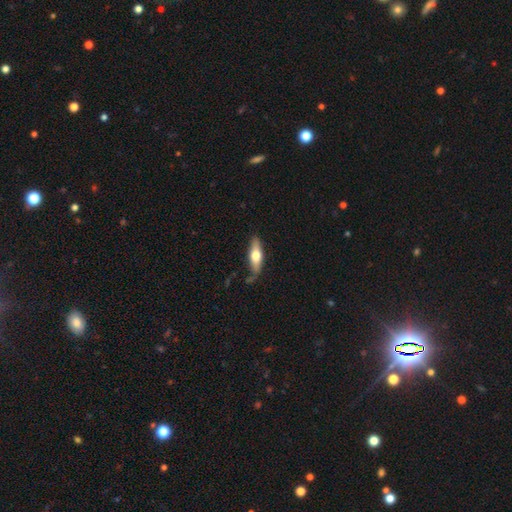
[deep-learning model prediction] smooth_or_featured: smooth (p=0.55) [alt: featured or disk p=0.39]
how_rounded: in between (p=0.50) [alt: cigar-shaped p=0.47]
merging: none (p=0.70) [alt: minor disturbance p=0.21]